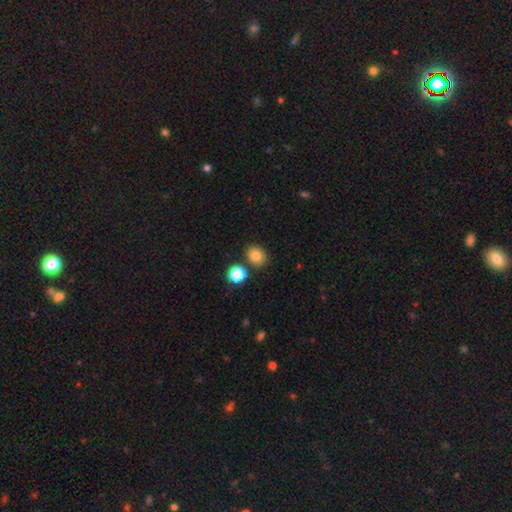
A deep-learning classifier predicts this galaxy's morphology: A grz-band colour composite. It shows a smooth galaxy with no disk features (83%) that is round (61%). Merging: none (81%).